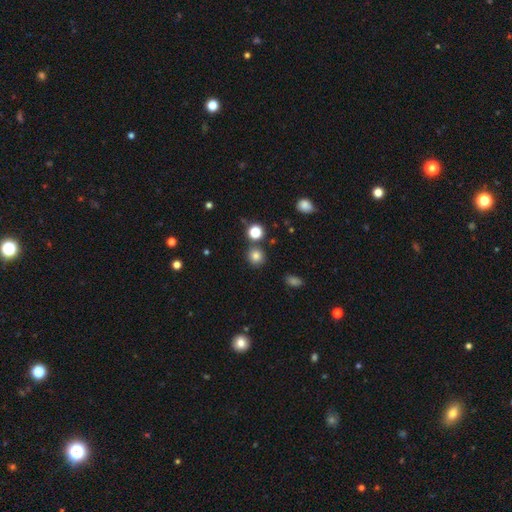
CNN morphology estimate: Smooth or featured?
  - smooth: 79% *
  - star or artifact: 15%
  - featured or disk: 6%
How rounded?
  - round: 90% *
  - in between: 9%
  - cigar-shaped: 1%
Merging?
  - none: 82% *
  - minor disturbance: 8%
  - merger: 8%
  - major disturbance: 3%